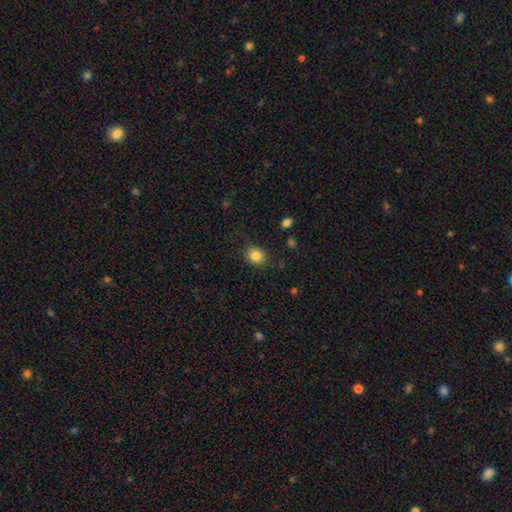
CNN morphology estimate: A smooth galaxy with no disk features (84%) that is round (75%).

Vote fractions:
- Smooth or featured? smooth: 84% / star or artifact: 10% / featured or disk: 6%
- How rounded? round: 75% / in between: 24% / cigar-shaped: 1%
- Merging? none: 84% / minor disturbance: 11% / major disturbance: 3% / merger: 2%